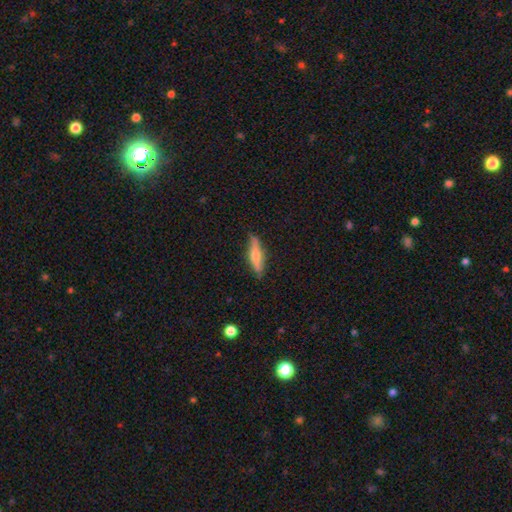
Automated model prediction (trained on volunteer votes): The model was most divided on "smooth or featured": smooth: 50%, featured or disk: 43%, star or artifact: 6%. More confident: merging — none (80%); how rounded — cigar-shaped (73%).